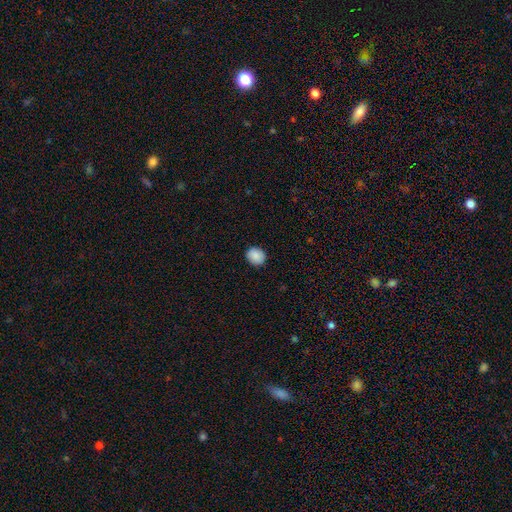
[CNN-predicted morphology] Smooth or featured? smooth (88%)
How rounded? round (71%)
Merging? none (89%)